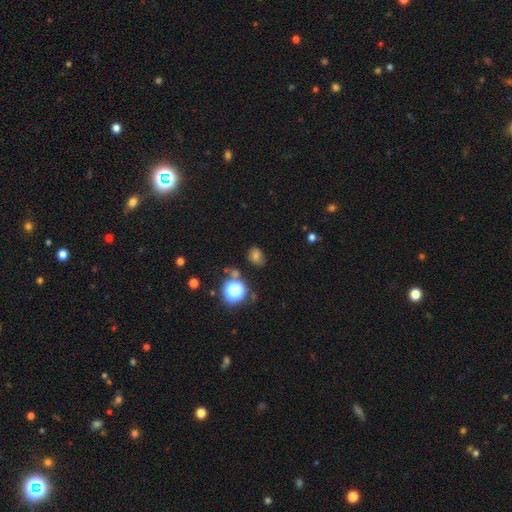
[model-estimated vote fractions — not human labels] Overall: smooth (53%; star or artifact 36%). How rounded: round (58%; in between 41%). Merging: none (76%).